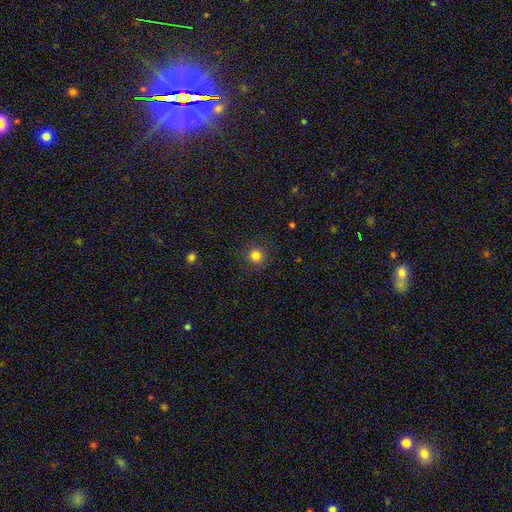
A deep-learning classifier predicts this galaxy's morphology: Overall: smooth (82%). How rounded: round (93%). Merging: none (89%).